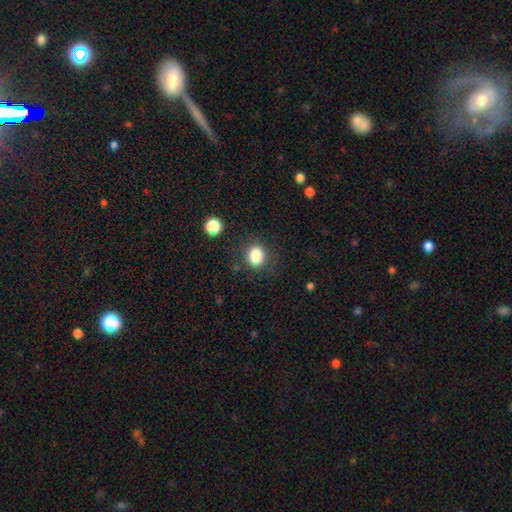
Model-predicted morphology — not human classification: smooth_or_featured: smooth (p=0.84) [alt: star or artifact p=0.11]
how_rounded: round (p=0.58) [alt: in between p=0.41]
merging: none (p=0.83) [alt: minor disturbance p=0.11]